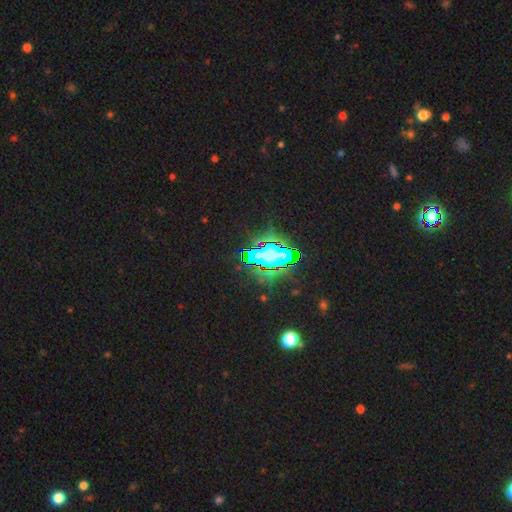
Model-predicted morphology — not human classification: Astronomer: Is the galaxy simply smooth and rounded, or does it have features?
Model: star or artifact — 74%.